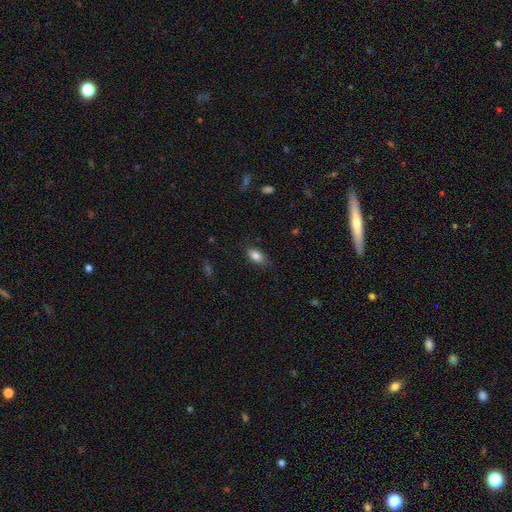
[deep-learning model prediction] Morphology: type=smooth (85%); roundness=in between (89%); merging=none (79%).